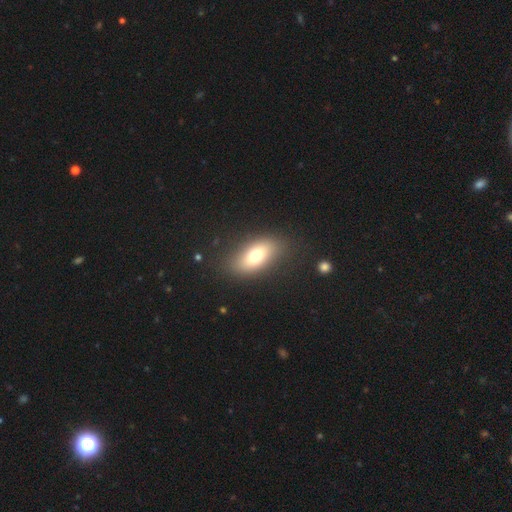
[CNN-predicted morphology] Q: Smooth or featured?
A: smooth (71%); runner-up: featured or disk (20%)
Q: How rounded?
A: in between (85%); runner-up: cigar-shaped (9%)
Q: Merging?
A: none (83%); runner-up: minor disturbance (11%)